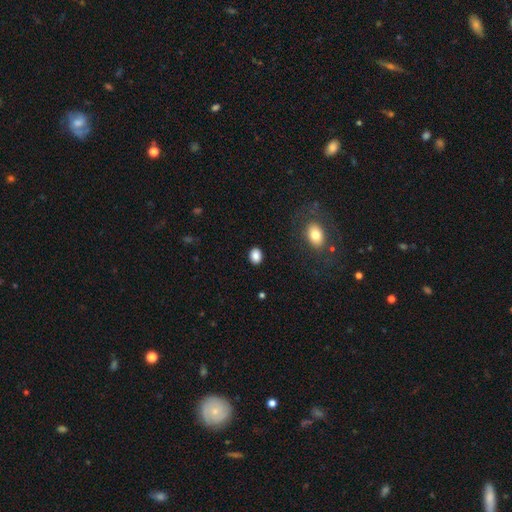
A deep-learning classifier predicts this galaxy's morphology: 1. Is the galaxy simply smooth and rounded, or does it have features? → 87% smooth, 9% star or artifact, 4% featured or disk.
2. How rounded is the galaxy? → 64% in between, 34% round, 1% cigar-shaped.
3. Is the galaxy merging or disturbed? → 89% none, 7% minor disturbance, 2% major disturbance, 1% merger.